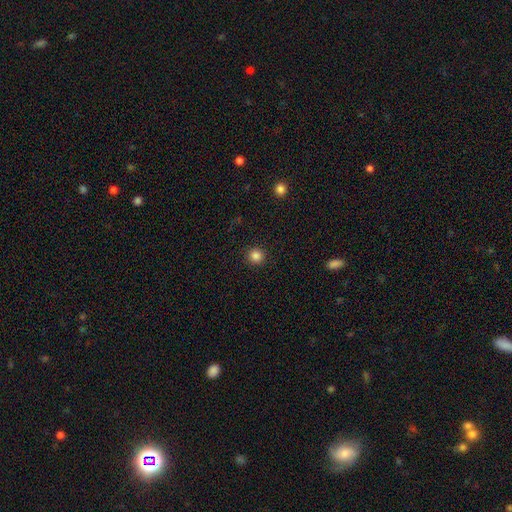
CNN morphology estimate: smooth 85%, star or artifact 12%, featured or disk 4%. Down the decision tree: how rounded — round (94%); merging — none (92%).